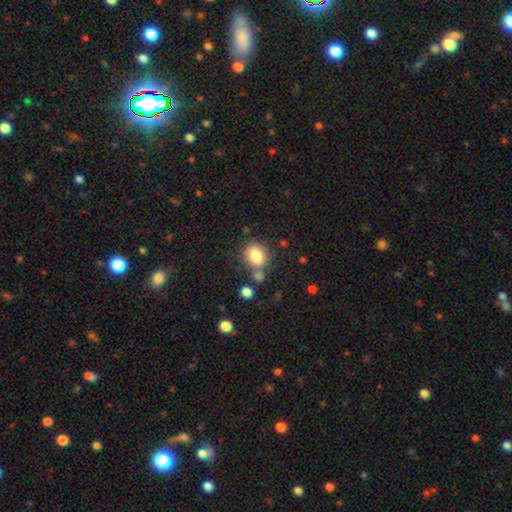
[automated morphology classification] Q: Smooth or featured?
A: smooth (82%); runner-up: star or artifact (9%)
Q: How rounded?
A: round (53%); runner-up: in between (46%)
Q: Merging?
A: none (62%); runner-up: merger (18%)